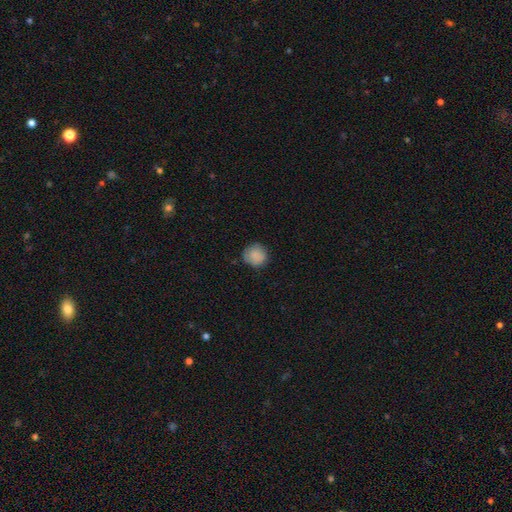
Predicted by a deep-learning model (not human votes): Q: Smooth or featured?
A: smooth (86%); runner-up: star or artifact (8%)
Q: How rounded?
A: round (91%); runner-up: in between (8%)
Q: Merging?
A: none (81%); runner-up: minor disturbance (15%)